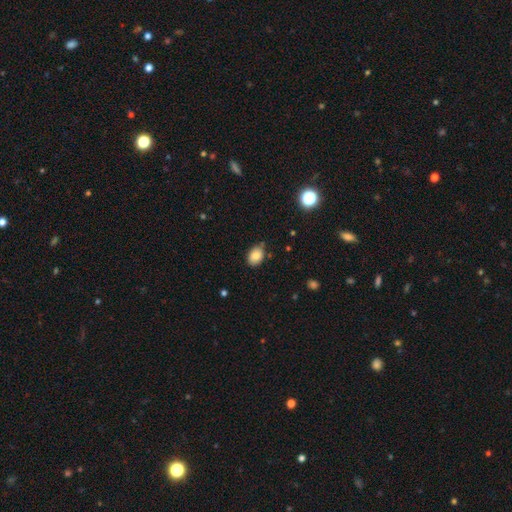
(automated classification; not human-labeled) The model was most divided on "how rounded": in between: 75%, round: 24%, cigar-shaped: 1%. More confident: smooth or featured — smooth (84%); merging — none (76%).